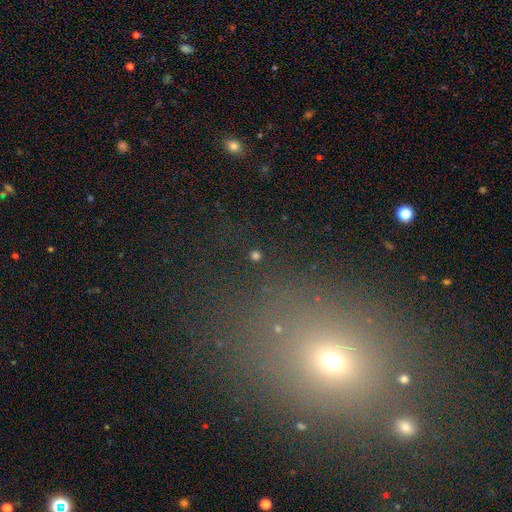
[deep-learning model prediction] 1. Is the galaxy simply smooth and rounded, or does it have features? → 59% smooth, 33% star or artifact, 8% featured or disk.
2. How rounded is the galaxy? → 89% round, 9% in between, 2% cigar-shaped.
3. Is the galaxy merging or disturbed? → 88% none, 6% minor disturbance, 3% major disturbance, 3% merger.